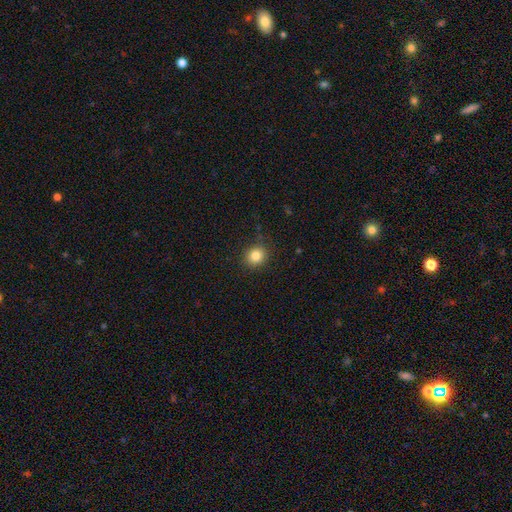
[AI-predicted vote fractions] smooth_or_featured: smooth (p=0.84) [alt: star or artifact p=0.11]
how_rounded: round (p=0.77) [alt: in between p=0.22]
merging: none (p=0.86) [alt: minor disturbance p=0.10]